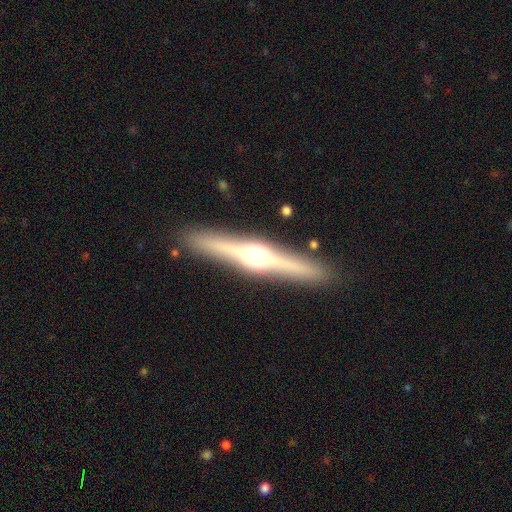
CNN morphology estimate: Smooth or featured? featured or disk (79%)
Edge-on disk? yes (98%)
Edge-on bulge? rounded (92%)
Merging? none (91%)